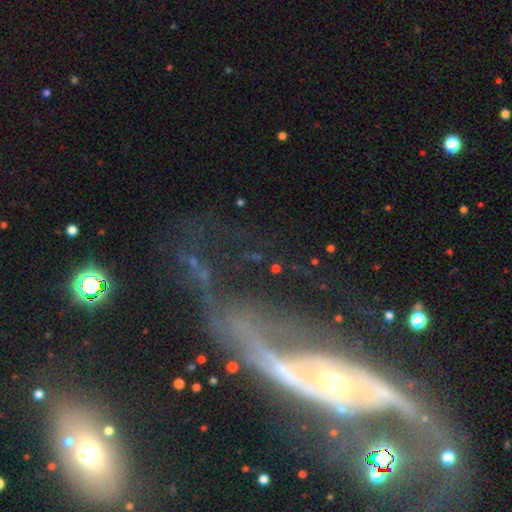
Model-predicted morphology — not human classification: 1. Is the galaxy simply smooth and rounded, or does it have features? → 60% featured or disk, 23% star or artifact, 17% smooth.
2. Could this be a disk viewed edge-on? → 76% no, 24% yes.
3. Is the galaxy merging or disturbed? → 37% none, 34% major disturbance, 15% minor disturbance, 14% merger.